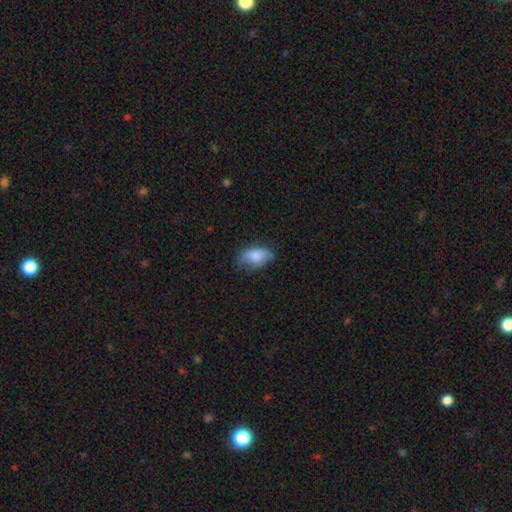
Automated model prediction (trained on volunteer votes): Smooth or featured? Predicted: smooth (p=0.78). How rounded? Predicted: in between (p=0.90). Merging? Predicted: none (p=0.55).